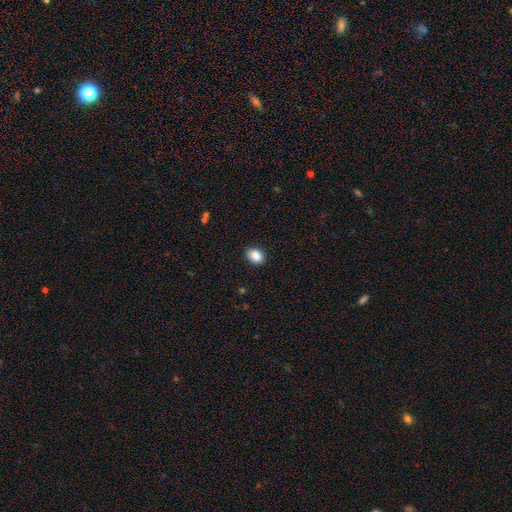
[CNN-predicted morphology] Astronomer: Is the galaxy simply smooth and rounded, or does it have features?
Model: smooth — 88%.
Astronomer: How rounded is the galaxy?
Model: in between — 69%.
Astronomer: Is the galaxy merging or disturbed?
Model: none — 90%.